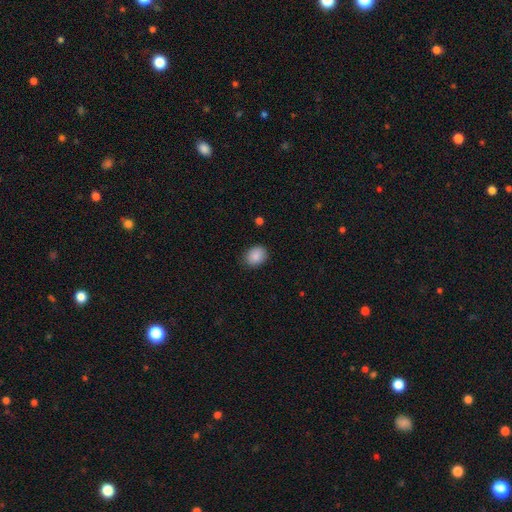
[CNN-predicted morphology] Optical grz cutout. It shows a smooth galaxy with no disk features (89%) that is round (50%). Merging: none (83%).